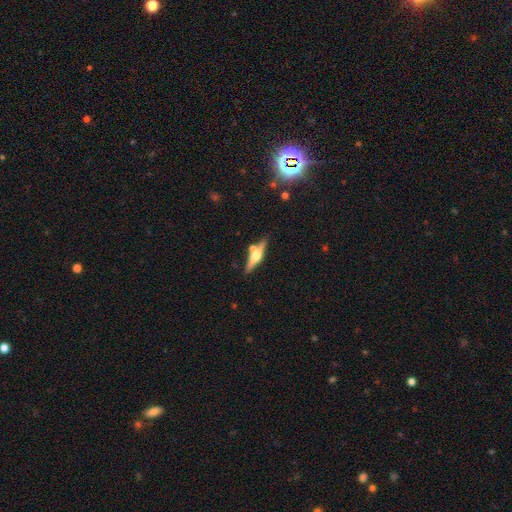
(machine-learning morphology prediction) Q: Smooth or featured?
A: featured or disk (64%); runner-up: smooth (29%)
Q: Edge-on disk?
A: yes (96%); runner-up: no (4%)
Q: Edge-on bulge?
A: rounded (92%); runner-up: boxy (5%)
Q: Merging?
A: none (75%); runner-up: merger (12%)